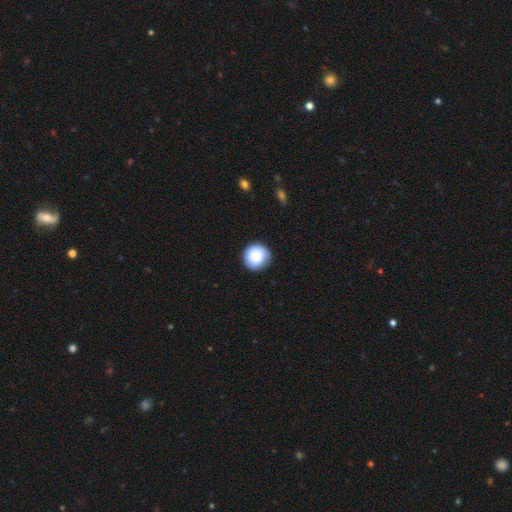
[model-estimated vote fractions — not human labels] The model was most divided on "merging": none: 87%, minor disturbance: 10%, major disturbance: 2%, merger: 1%. More confident: how rounded — round (93%); smooth or featured — smooth (86%).